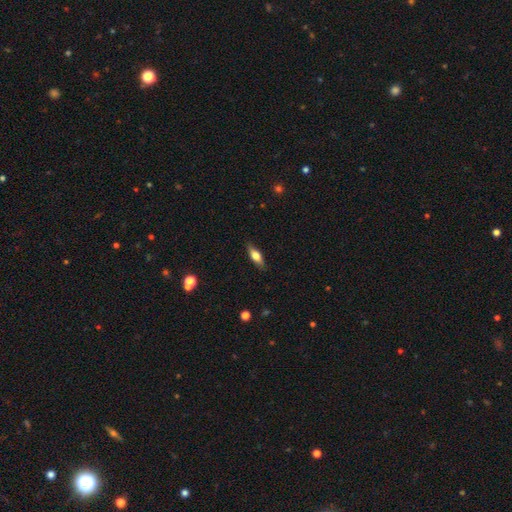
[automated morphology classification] A smooth galaxy with no disk features (58%) that is in between round and cigar-shaped (57%). Merging: none (85%).